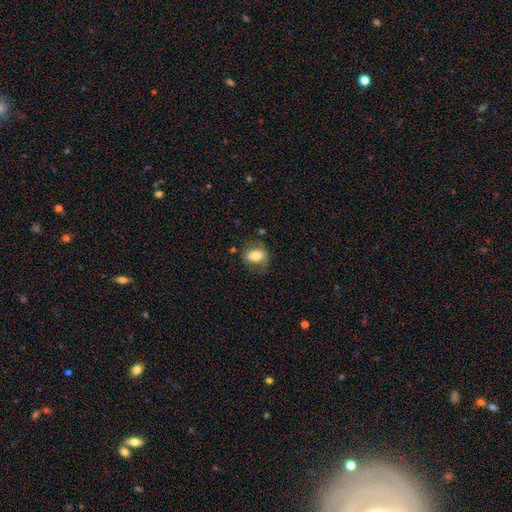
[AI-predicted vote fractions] Smooth or featured? smooth (73%)
How rounded? in between (74%)
Merging? none (69%)